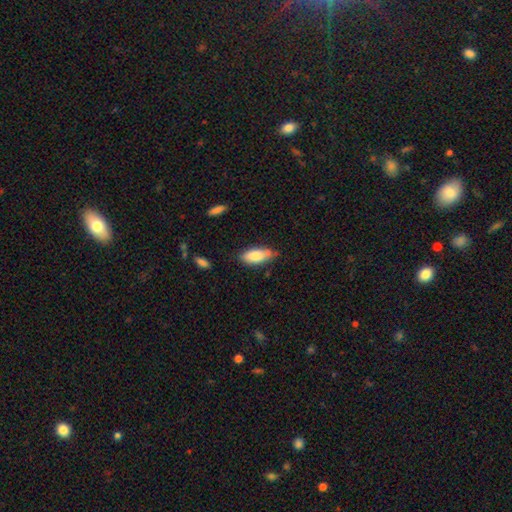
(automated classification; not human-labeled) Smooth or featured? Predicted: smooth (p=0.80). How rounded? Predicted: in between (p=0.83). Merging? Predicted: none (p=0.69).